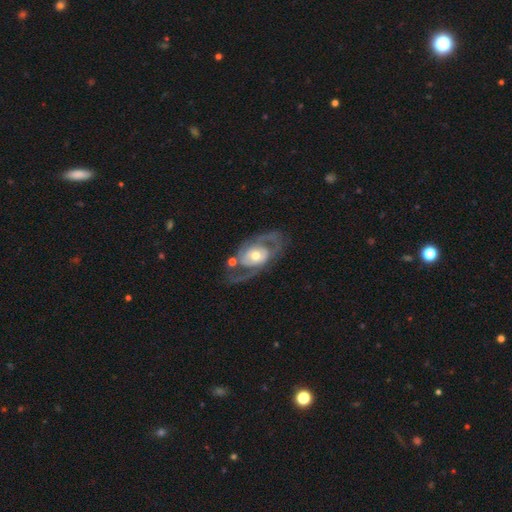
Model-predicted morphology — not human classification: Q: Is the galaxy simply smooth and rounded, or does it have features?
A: featured or disk — 83%.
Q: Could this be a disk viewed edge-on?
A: no — 95%.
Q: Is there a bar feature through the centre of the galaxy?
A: no — 68%.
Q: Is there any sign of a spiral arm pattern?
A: yes — 84%.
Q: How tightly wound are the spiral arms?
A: medium — 48%.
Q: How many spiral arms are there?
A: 2 — 82%.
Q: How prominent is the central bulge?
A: moderate — 65%.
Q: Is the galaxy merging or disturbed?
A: none — 62%.